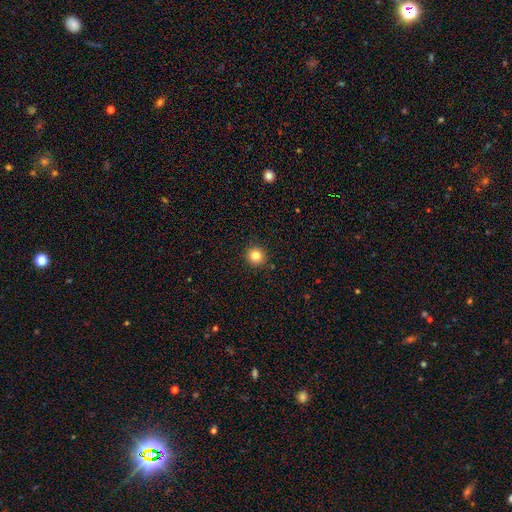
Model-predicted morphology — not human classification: This is clearly a smooth galaxy (83%). How rounded: clearly round (93%). Merging: clearly none (92%).